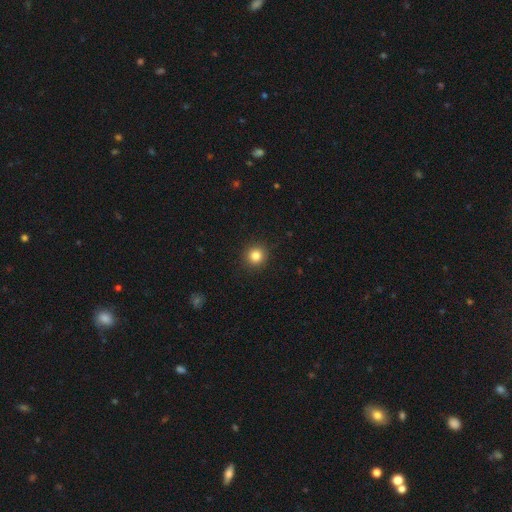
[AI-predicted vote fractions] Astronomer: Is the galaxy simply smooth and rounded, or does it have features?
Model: smooth — 84%.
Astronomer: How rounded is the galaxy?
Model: round — 93%.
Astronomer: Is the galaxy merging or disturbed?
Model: none — 92%.